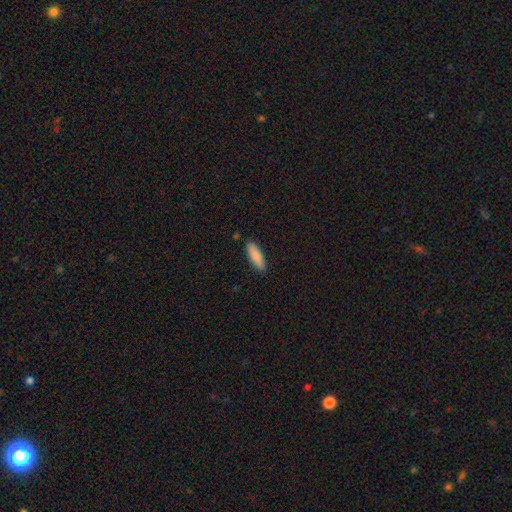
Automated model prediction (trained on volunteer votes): Overall: smooth (86%). How rounded: cigar-shaped (53%; in between 46%). Merging: none (87%).